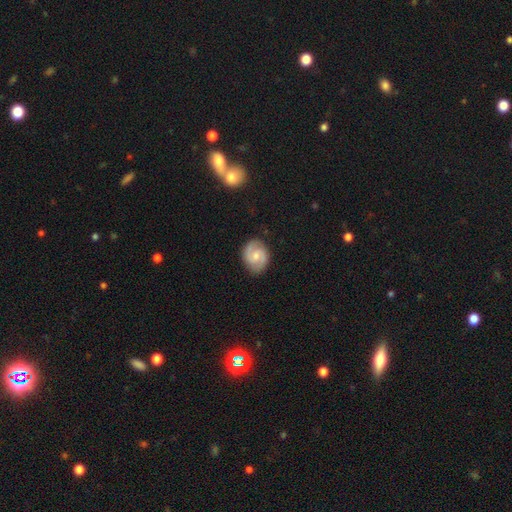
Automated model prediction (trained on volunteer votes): Smooth or featured? featured or disk (75%)
Edge-on disk? no (98%)
Bar? weak (49%)
Spiral arms? yes (95%)
Spiral winding? medium (51%)
Spiral arm count? 2 (91%)
Bulge size? moderate (46%)
Merging? none (84%)